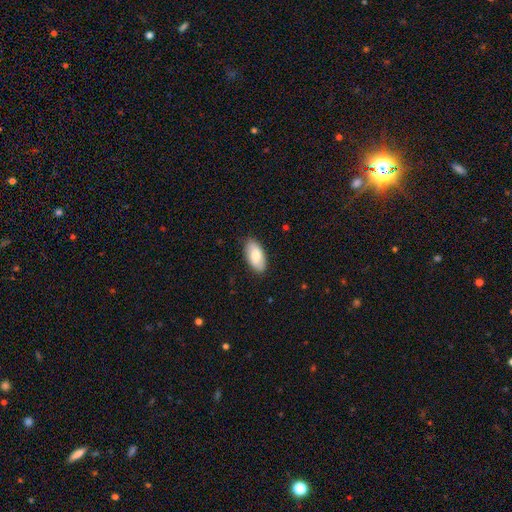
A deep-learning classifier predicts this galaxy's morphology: Smooth or featured: smooth — 77% (featured or disk — 17%)
How rounded: in between — 94% (cigar-shaped — 4%)
Merging: none — 85% (minor disturbance — 12%)